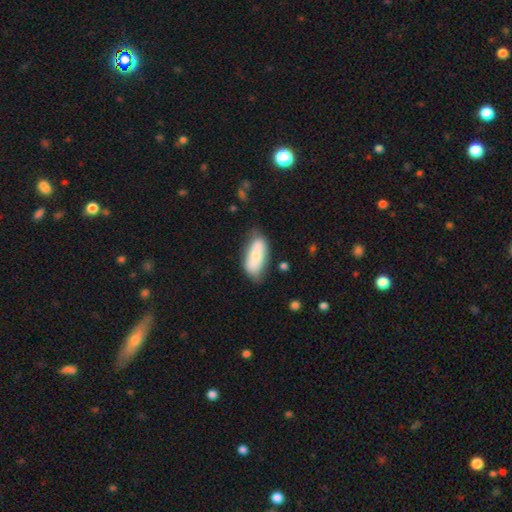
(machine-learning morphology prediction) This is likely a smooth galaxy (67%). How rounded: clearly in between (84%). Merging: likely none (63%).